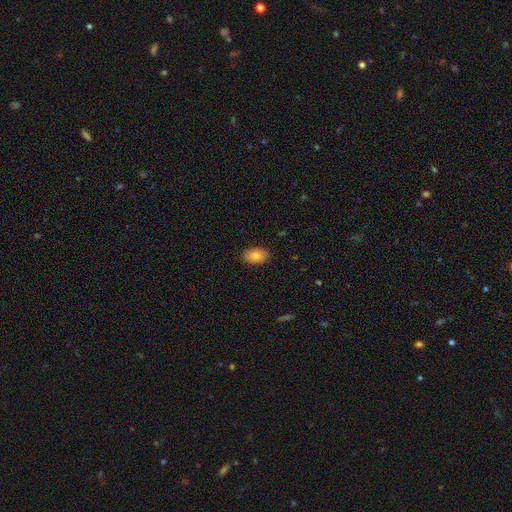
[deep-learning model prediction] A smooth galaxy with no disk features (84%) that is in between round and cigar-shaped (92%).

Vote fractions:
- Smooth or featured? smooth: 84% / featured or disk: 9% / star or artifact: 7%
- How rounded? in between: 92% / round: 7% / cigar-shaped: 1%
- Merging? none: 88% / minor disturbance: 9% / major disturbance: 2% / merger: 1%